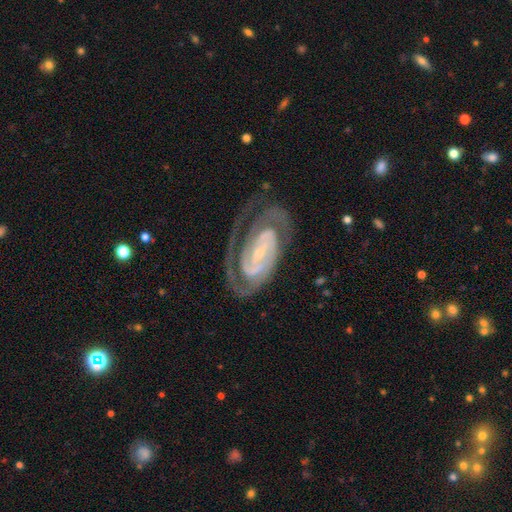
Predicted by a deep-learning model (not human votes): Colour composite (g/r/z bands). It shows a featured or disk galaxy (89%) with no bar (44%), 2 (65%) tight (71%) spiral arms (97%) and a small central bulge (79%). Merging: none (71%).